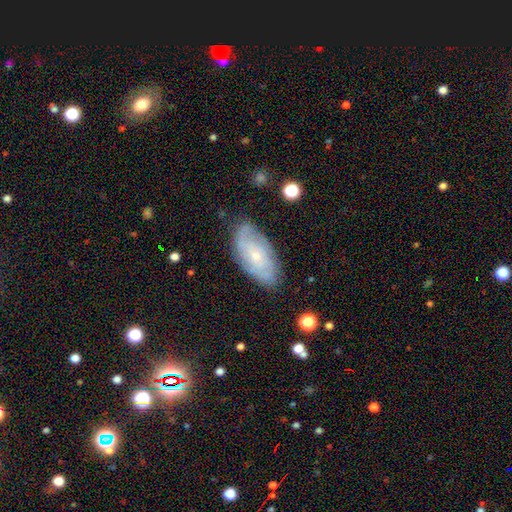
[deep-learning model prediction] Morphology: type=featured or disk (64%); edge-on=no (92%); bar=no (73%); spiral arms=yes (82%); bulge=small (74%); merging=none (75%).